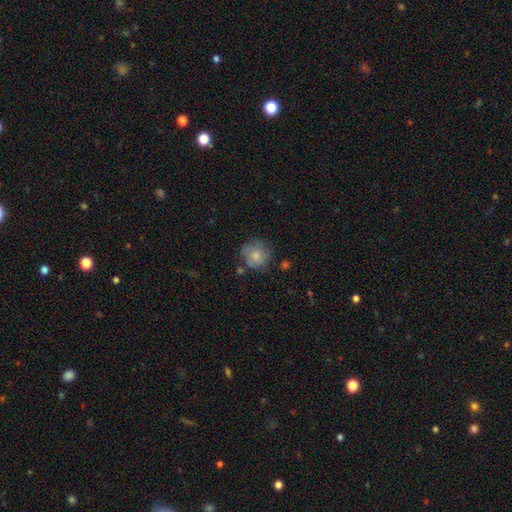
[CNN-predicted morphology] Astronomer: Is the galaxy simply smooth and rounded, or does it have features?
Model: smooth — 70%.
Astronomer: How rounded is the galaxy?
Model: round — 88%.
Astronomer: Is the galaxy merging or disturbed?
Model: none — 67%.